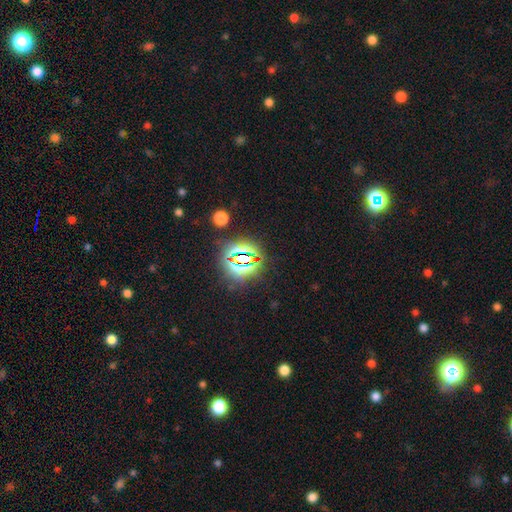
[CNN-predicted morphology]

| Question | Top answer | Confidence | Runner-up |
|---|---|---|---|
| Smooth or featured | star or artifact | 82% | smooth (12%) |